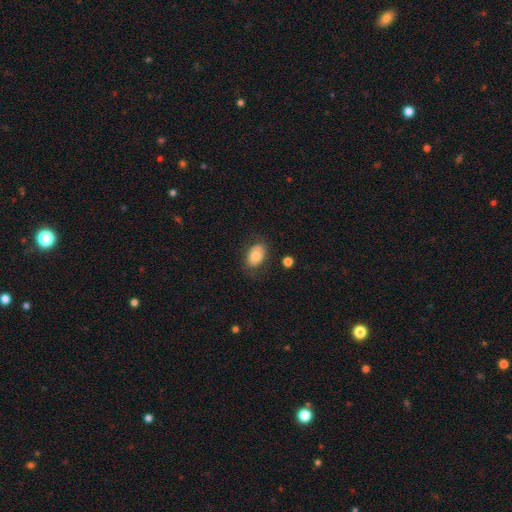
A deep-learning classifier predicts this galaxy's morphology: smooth 78%, featured or disk 14%, star or artifact 8%. Down the decision tree: how rounded — in between (88%); merging — none (75%).